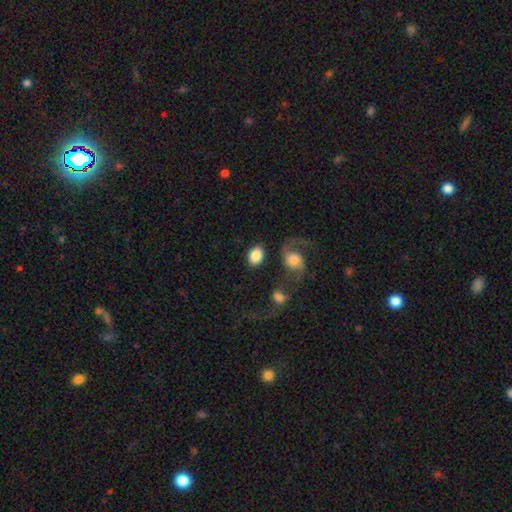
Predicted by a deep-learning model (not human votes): Overall: smooth (80%). How rounded: in between (71%). Merging: none (69%).